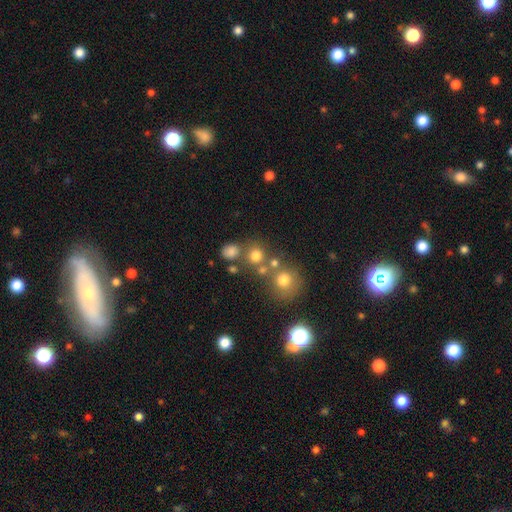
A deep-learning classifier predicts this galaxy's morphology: Smooth or featured? smooth (72%)
How rounded? round (86%)
Merging? none (60%)